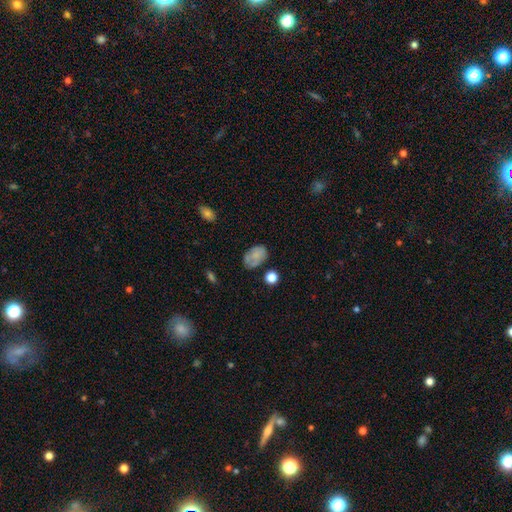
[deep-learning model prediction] Q: Smooth or featured?
A: smooth (68%); runner-up: featured or disk (23%)
Q: How rounded?
A: in between (84%); runner-up: round (15%)
Q: Merging?
A: none (59%); runner-up: minor disturbance (25%)